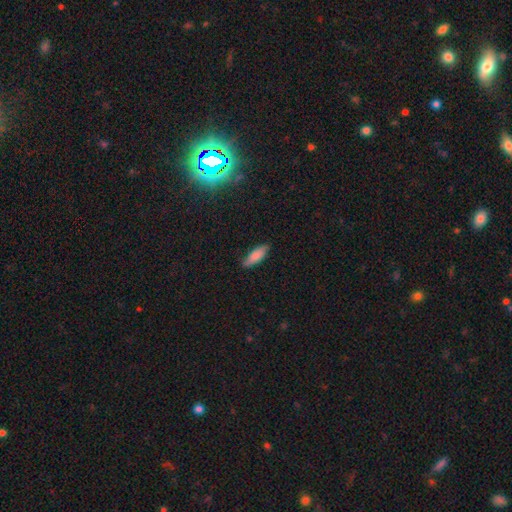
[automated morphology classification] Smooth or featured?
  - smooth: 81% *
  - featured or disk: 12%
  - star or artifact: 7%
How rounded?
  - in between: 55% *
  - cigar-shaped: 43%
  - round: 2%
Merging?
  - none: 82% *
  - minor disturbance: 14%
  - major disturbance: 2%
  - merger: 1%